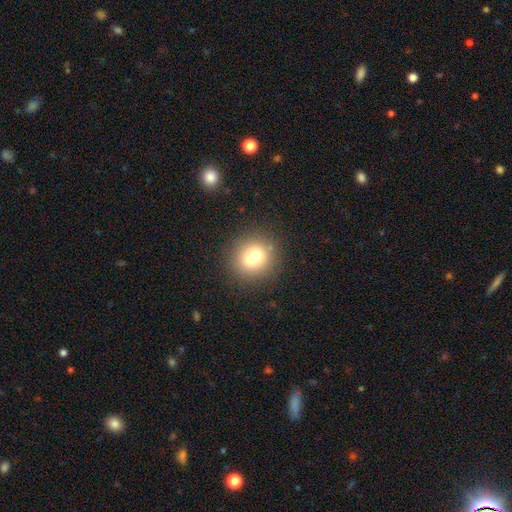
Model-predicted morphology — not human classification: A smooth galaxy with no disk features (69%) that is round (85%).

Vote fractions:
- Smooth or featured? smooth: 69% / featured or disk: 19% / star or artifact: 12%
- How rounded? round: 85% / in between: 14% / cigar-shaped: 1%
- Merging? none: 60% / merger: 25% / minor disturbance: 11% / major disturbance: 4%